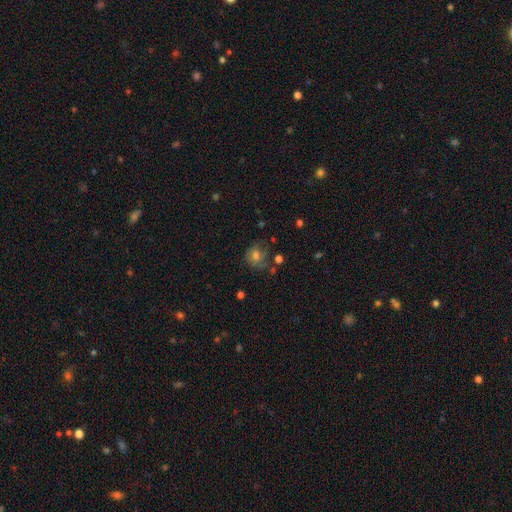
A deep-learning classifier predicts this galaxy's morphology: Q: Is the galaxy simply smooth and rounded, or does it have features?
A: smooth — 57%.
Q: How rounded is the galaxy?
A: round — 71%.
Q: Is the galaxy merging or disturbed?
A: none — 54%.